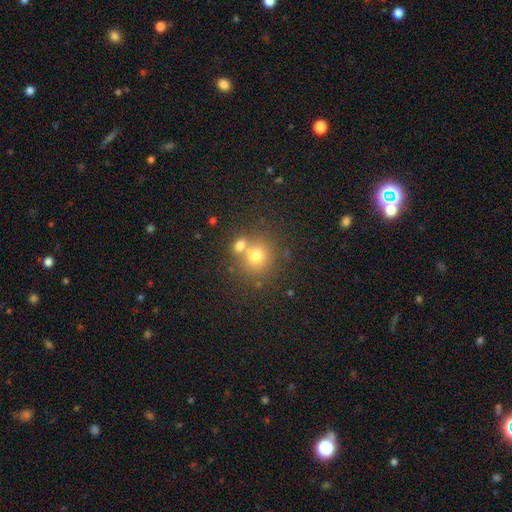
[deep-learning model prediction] Smooth or featured? Predicted: smooth (p=0.71). How rounded? Predicted: round (p=0.84). Merging? Predicted: none (p=0.52).